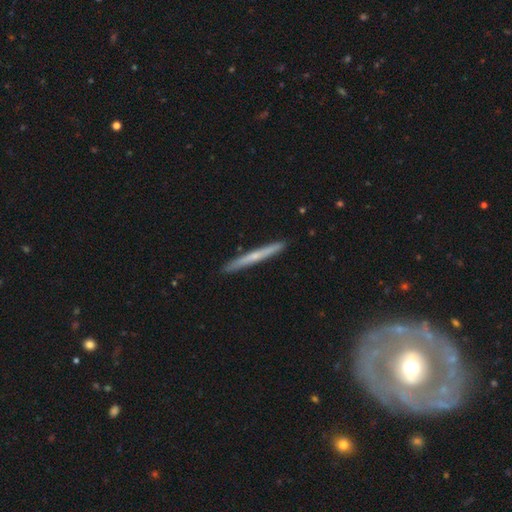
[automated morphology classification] This appears to be a featured or disk galaxy (52%) viewed edge-on (97%) with no central bulge (60%). Merging: none (91%).